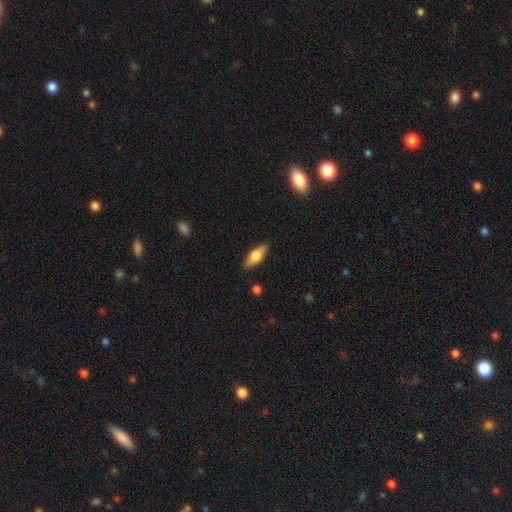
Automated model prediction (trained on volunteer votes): Q: Smooth or featured?
A: smooth (56%); runner-up: featured or disk (38%)
Q: How rounded?
A: in between (61%); runner-up: cigar-shaped (35%)
Q: Merging?
A: none (87%); runner-up: minor disturbance (10%)